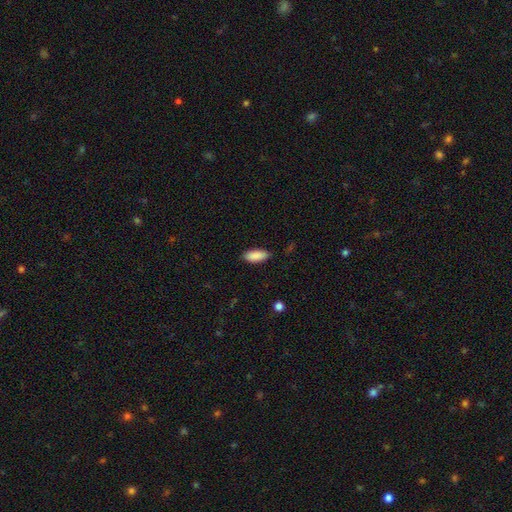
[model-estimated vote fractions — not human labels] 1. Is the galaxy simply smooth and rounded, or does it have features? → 90% smooth, 6% star or artifact, 4% featured or disk.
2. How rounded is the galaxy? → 85% in between, 13% cigar-shaped, 2% round.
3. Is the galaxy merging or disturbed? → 84% none, 12% minor disturbance, 2% major disturbance, 1% merger.